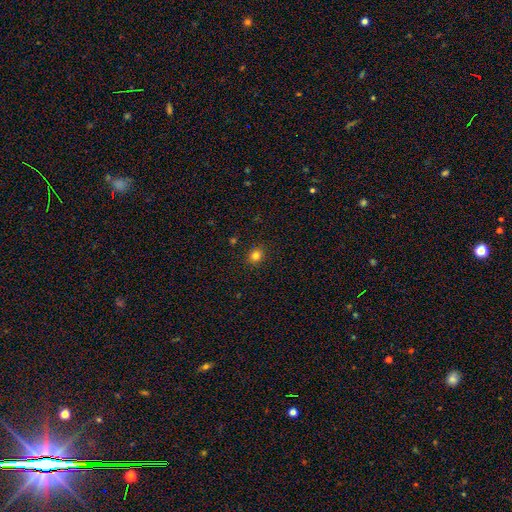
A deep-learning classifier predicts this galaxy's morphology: smooth-or-featured: smooth: 81% | star or artifact: 14% | featured or disk: 5%
  how-rounded: round: 81% | in between: 18% | cigar-shaped: 1%
  merging: none: 91% | minor disturbance: 6% | major disturbance: 2% | merger: 1%